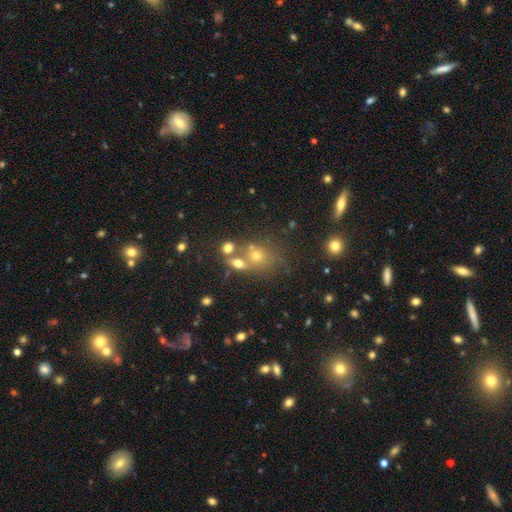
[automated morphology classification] This is possibly a smooth galaxy (48%). Merging: likely none (66%).